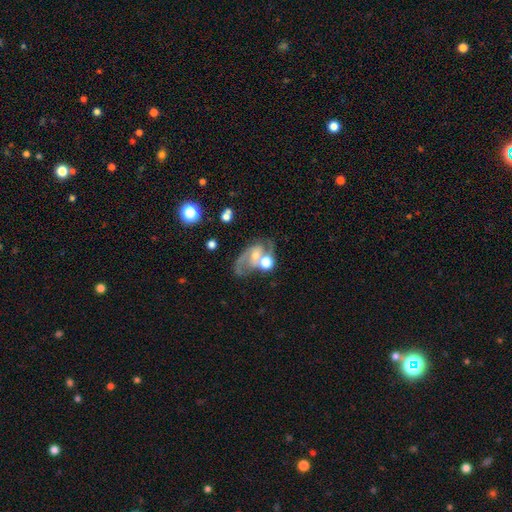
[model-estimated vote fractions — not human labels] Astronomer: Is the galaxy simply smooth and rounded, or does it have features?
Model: featured or disk — 76%.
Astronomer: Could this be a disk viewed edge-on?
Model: no — 97%.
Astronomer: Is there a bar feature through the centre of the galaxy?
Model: no — 49% (runner-up: weak, 39%).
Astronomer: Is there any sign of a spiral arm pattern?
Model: yes — 91%.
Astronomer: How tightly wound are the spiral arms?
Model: medium — 49% (runner-up: loose, 34%).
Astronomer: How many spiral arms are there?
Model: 2 — 79%.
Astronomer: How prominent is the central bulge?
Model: moderate — 44% (runner-up: small, 42%).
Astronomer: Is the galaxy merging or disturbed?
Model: none — 43% (runner-up: merger, 25%).